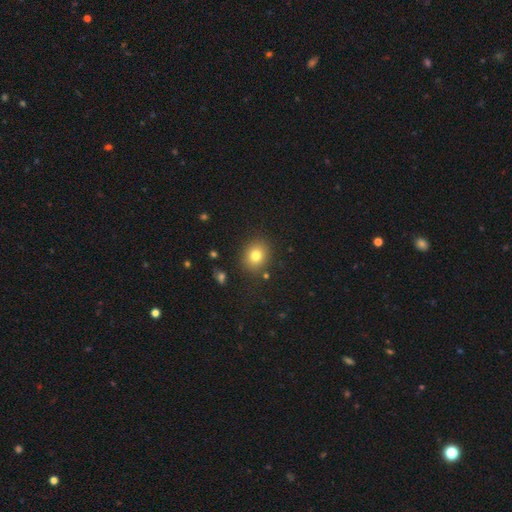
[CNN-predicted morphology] A smooth galaxy with no disk features (79%) that is round (67%). Merging: none (86%).